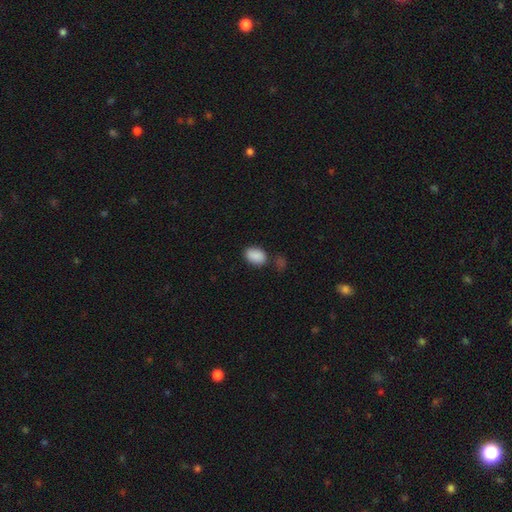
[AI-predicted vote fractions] Q: Smooth or featured?
A: smooth (89%); runner-up: star or artifact (8%)
Q: How rounded?
A: in between (86%); runner-up: round (13%)
Q: Merging?
A: none (72%); runner-up: minor disturbance (15%)